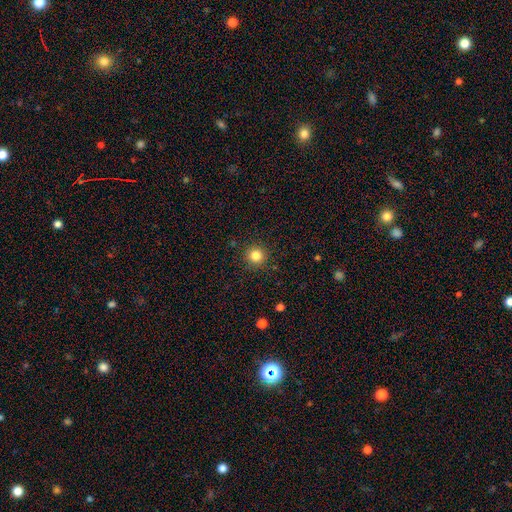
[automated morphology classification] Smooth or featured? smooth (84%)
How rounded? round (95%)
Merging? none (91%)